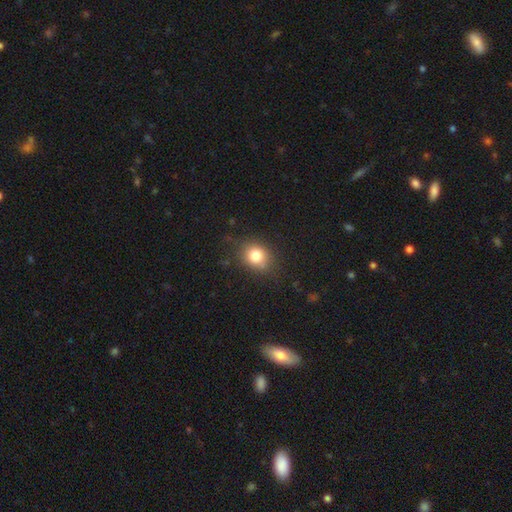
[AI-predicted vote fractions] Smooth or featured? smooth (80%)
How rounded? round (59%)
Merging? none (76%)